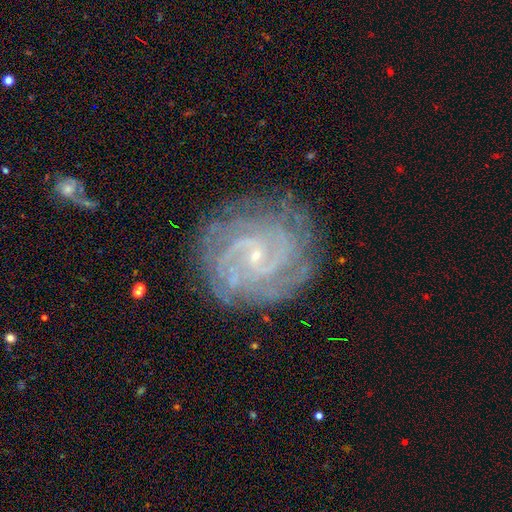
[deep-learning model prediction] Q: Smooth or featured?
A: featured or disk (88%); runner-up: star or artifact (7%)
Q: Edge-on disk?
A: no (97%); runner-up: yes (3%)
Q: Bar?
A: no (51%); runner-up: weak (37%)
Q: Spiral arms?
A: yes (98%); runner-up: no (2%)
Q: Spiral winding?
A: tight (70%); runner-up: medium (26%)
Q: Spiral arm count?
A: 2 (24%); runner-up: can't tell (21%)
Q: Bulge size?
A: small (88%); runner-up: moderate (7%)
Q: Merging?
A: none (82%); runner-up: minor disturbance (13%)